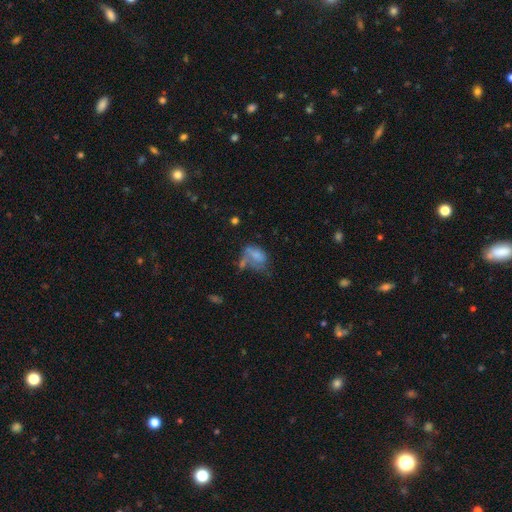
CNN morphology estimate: This appears to be a smooth galaxy with no disk features (55%) that is in between round and cigar-shaped (82%). Merging: major disturbance (33%).